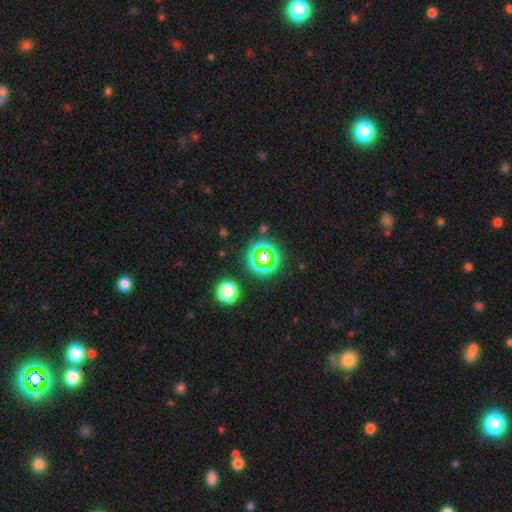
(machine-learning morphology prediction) Smooth or featured: star or artifact — 55% (smooth — 27%)